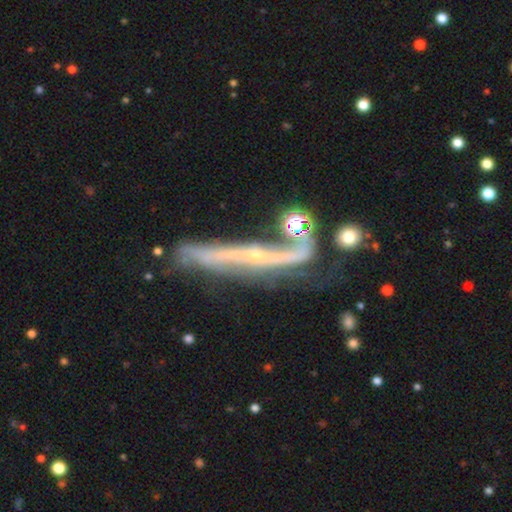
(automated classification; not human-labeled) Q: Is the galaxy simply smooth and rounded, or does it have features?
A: featured or disk — 81%.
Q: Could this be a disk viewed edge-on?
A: yes — 74%.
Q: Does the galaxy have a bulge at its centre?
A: rounded — 63%.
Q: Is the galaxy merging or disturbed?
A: none — 50%.